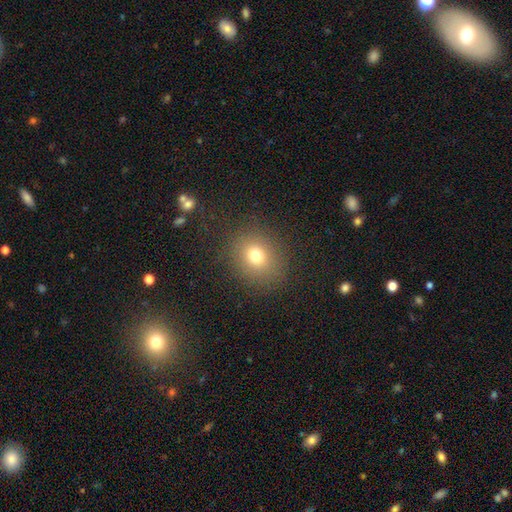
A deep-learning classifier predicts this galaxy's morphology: Smooth or featured: smooth — 74% (star or artifact — 16%)
How rounded: round — 68% (in between — 31%)
Merging: none — 85% (minor disturbance — 9%)